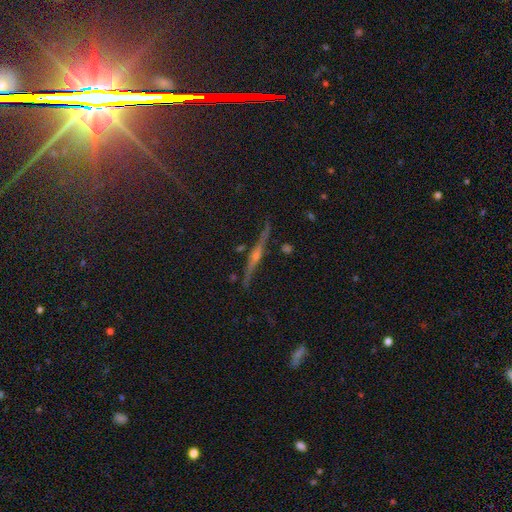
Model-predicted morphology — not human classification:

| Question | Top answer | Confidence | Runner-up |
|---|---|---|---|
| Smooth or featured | featured or disk | 78% | star or artifact (11%) |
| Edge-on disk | yes | 96% | no (4%) |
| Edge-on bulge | rounded | 86% | none (8%) |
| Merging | none | 84% | minor disturbance (11%) |